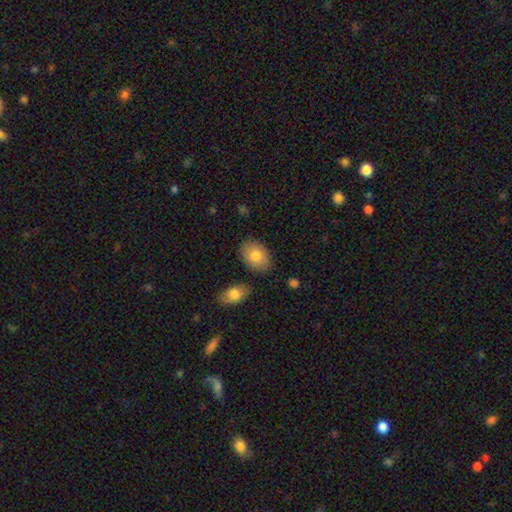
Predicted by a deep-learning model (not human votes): smooth 79%, featured or disk 14%, star or artifact 6%. Down the decision tree: how rounded — in between (83%); merging — none (83%).